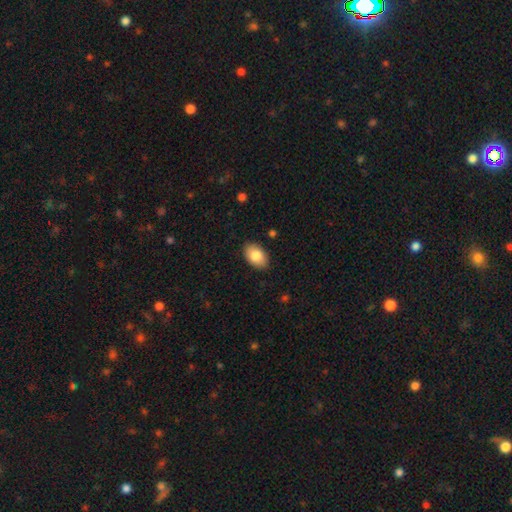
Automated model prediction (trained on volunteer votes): Q: Smooth or featured?
A: smooth (83%); runner-up: featured or disk (10%)
Q: How rounded?
A: in between (90%); runner-up: round (9%)
Q: Merging?
A: none (87%); runner-up: minor disturbance (10%)